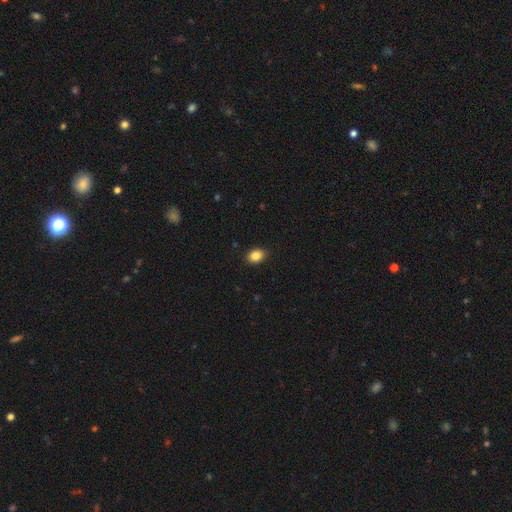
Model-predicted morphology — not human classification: A smooth galaxy with no disk features (86%) that is in between round and cigar-shaped (70%).

Vote fractions:
- Smooth or featured? smooth: 86% / star or artifact: 9% / featured or disk: 5%
- How rounded? in between: 70% / round: 29% / cigar-shaped: 1%
- Merging? none: 90% / minor disturbance: 8% / major disturbance: 2% / merger: 1%